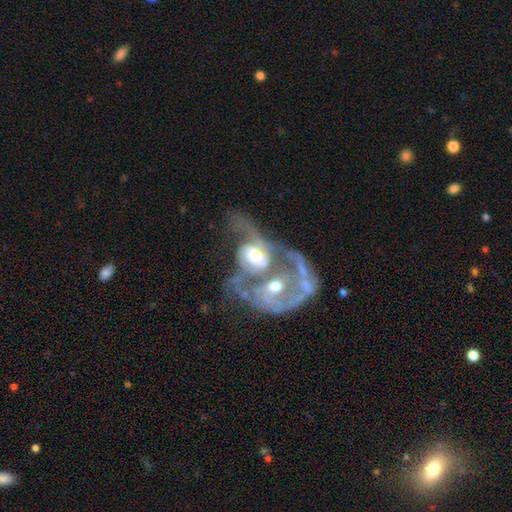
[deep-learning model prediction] The model was most divided on "spiral winding": medium: 38%, loose: 34%, tight: 28%. Remaining: edge-on disk — no (96%); smooth or featured — featured or disk (74%); merging — merger (74%); spiral arms — yes (71%); bar — no (64%); bulge size — moderate (61%); spiral arm count — 2 (46%).